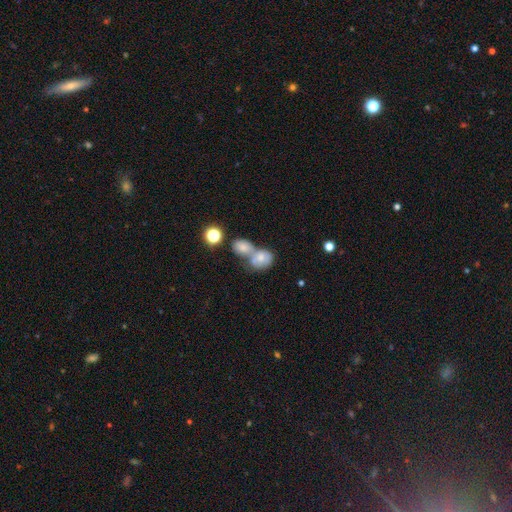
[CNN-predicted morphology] Smooth or featured? smooth (58%)
How rounded? round (63%)
Merging? merger (57%)